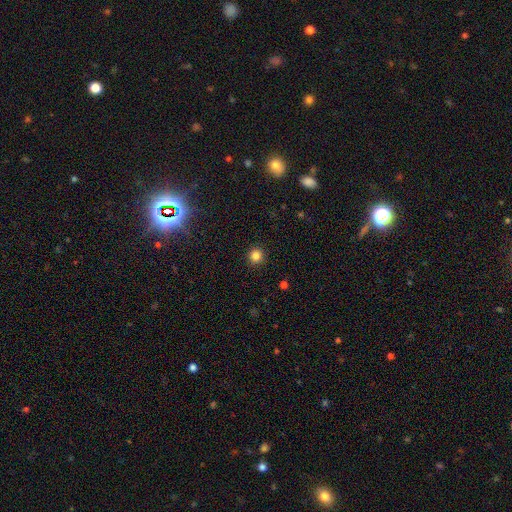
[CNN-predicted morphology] The model was most divided on "smooth or featured": smooth: 83%, star or artifact: 13%, featured or disk: 4%. More confident: how rounded — round (94%); merging — none (93%).